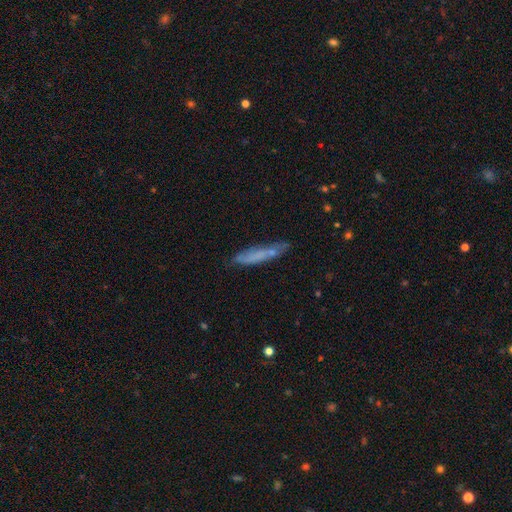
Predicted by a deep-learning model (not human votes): smooth 62%, featured or disk 30%, star or artifact 8%. Down the decision tree: how rounded — cigar-shaped (87%); merging — none (64%).